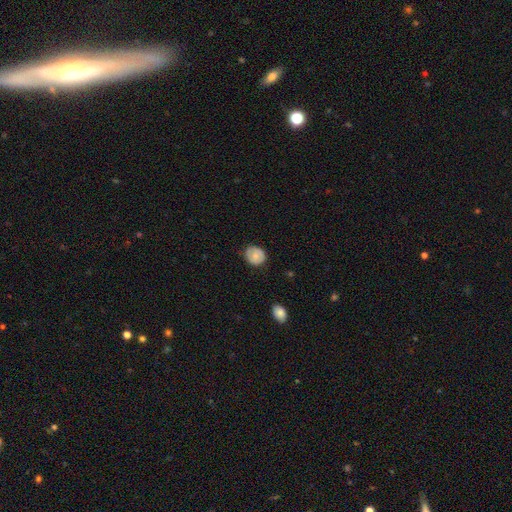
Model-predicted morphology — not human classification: A smooth galaxy with no disk features (69%) that is round (73%).

Vote fractions:
- Smooth or featured? smooth: 69% / featured or disk: 24% / star or artifact: 7%
- How rounded? round: 73% / in between: 26% / cigar-shaped: 1%
- Merging? none: 77% / minor disturbance: 19% / major disturbance: 3% / merger: 1%